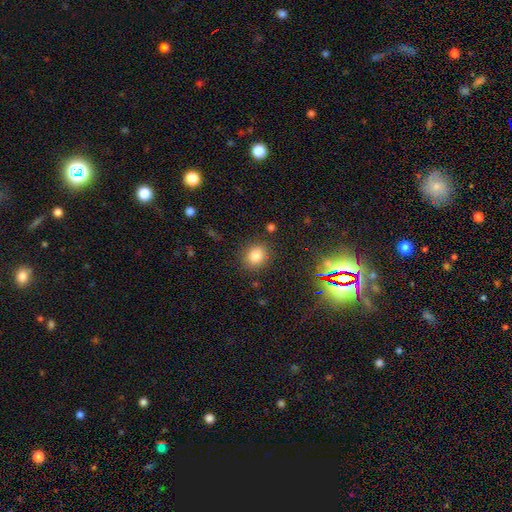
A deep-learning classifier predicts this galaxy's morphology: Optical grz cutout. It shows a smooth galaxy with no disk features (81%) that is round (61%). Merging: none (85%).